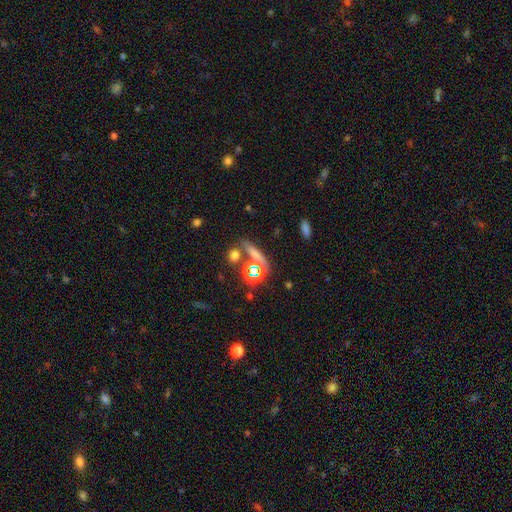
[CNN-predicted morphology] Smooth or featured? smooth (55%)
How rounded? cigar-shaped (53%)
Merging? none (64%)